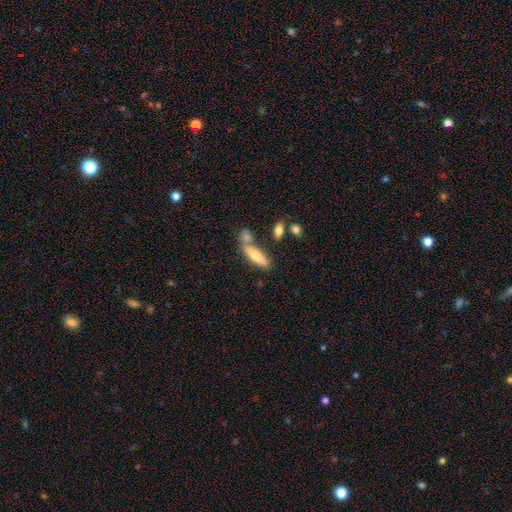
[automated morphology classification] Q: Smooth or featured?
A: smooth (68%); runner-up: featured or disk (26%)
Q: How rounded?
A: cigar-shaped (61%); runner-up: in between (37%)
Q: Merging?
A: none (55%); runner-up: merger (27%)